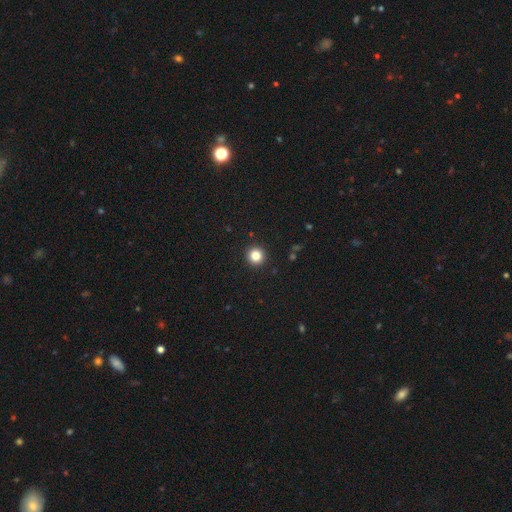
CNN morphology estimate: This is clearly a smooth galaxy (83%). How rounded: clearly round (96%). Merging: clearly none (93%).